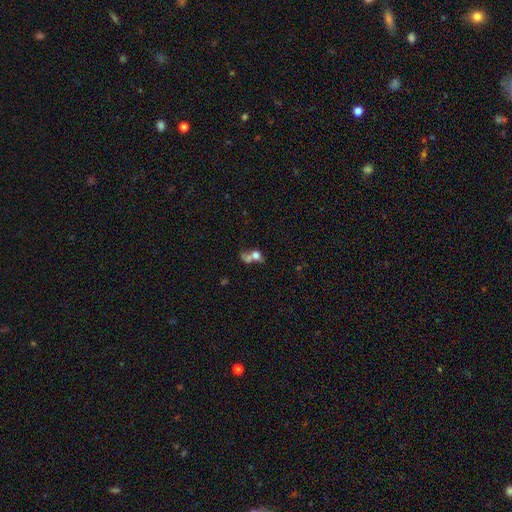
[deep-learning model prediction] Smooth or featured?
  - smooth: 62% *
  - featured or disk: 24%
  - star or artifact: 14%
How rounded?
  - round: 49% *
  - in between: 48%
  - cigar-shaped: 3%
Merging?
  - merger: 59% *
  - none: 19%
  - major disturbance: 14%
  - minor disturbance: 8%